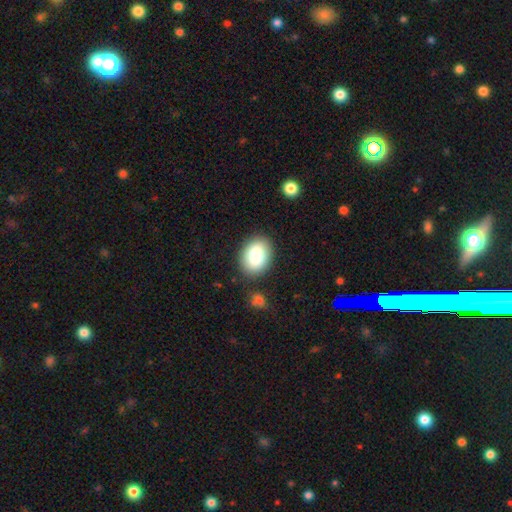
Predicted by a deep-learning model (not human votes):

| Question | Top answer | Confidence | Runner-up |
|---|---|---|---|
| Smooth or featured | smooth | 81% | featured or disk (12%) |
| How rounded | in between | 75% | round (24%) |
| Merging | none | 85% | minor disturbance (9%) |